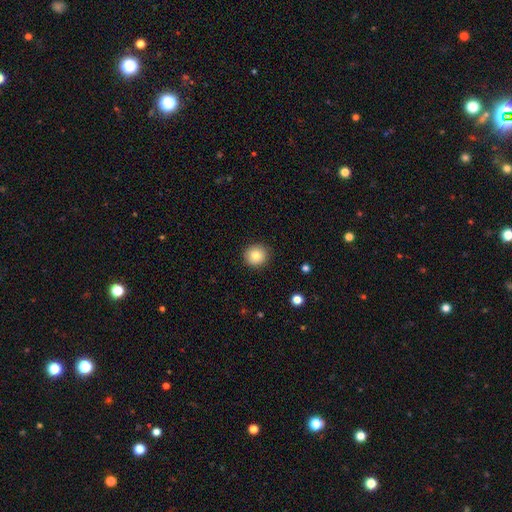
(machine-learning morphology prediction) Overall: smooth (83%). How rounded: round (91%). Merging: none (90%).